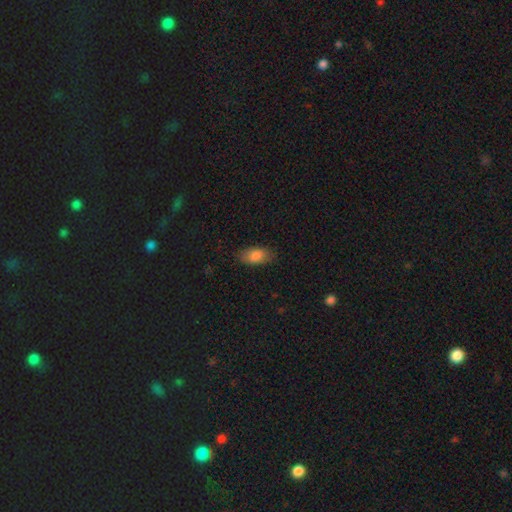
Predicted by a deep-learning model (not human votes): A smooth galaxy with no disk features (84%) that is in between round and cigar-shaped (91%).

Vote fractions:
- Smooth or featured? smooth: 84% / featured or disk: 9% / star or artifact: 7%
- How rounded? in between: 91% / round: 5% / cigar-shaped: 4%
- Merging? none: 82% / minor disturbance: 14% / major disturbance: 3% / merger: 1%